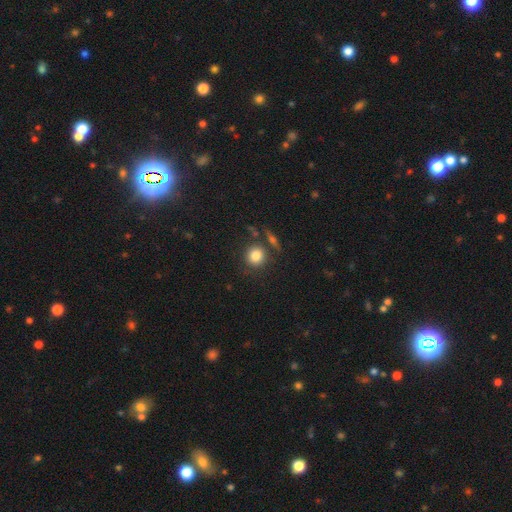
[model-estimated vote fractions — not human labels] smooth-or-featured: smooth: 81% | star or artifact: 10% | featured or disk: 9%
  how-rounded: round: 88% | in between: 11% | cigar-shaped: 1%
  merging: none: 76% | minor disturbance: 10% | merger: 9% | major disturbance: 4%